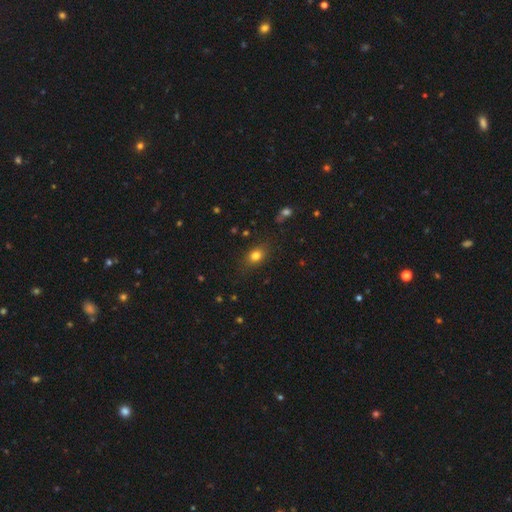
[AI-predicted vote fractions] smooth 79%, star or artifact 12%, featured or disk 9%. Down the decision tree: how rounded — in between (64%); merging — none (81%).